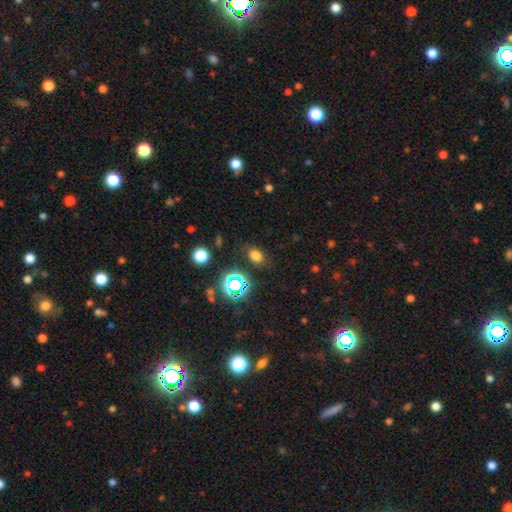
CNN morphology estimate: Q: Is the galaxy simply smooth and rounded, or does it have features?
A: smooth — 70%.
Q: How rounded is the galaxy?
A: in between — 72%.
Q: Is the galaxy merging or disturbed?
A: none — 80%.